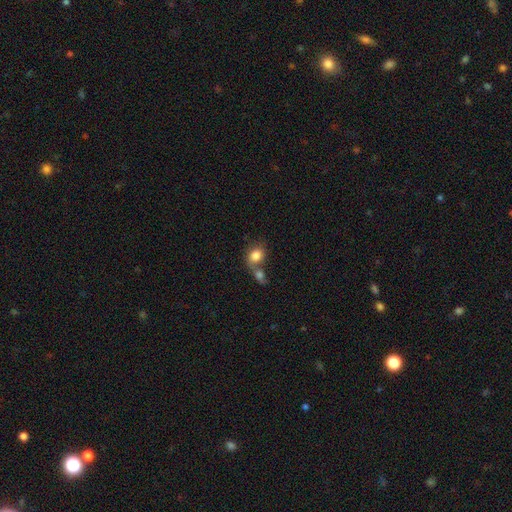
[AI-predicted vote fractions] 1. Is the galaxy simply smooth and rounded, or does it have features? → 82% smooth, 9% featured or disk, 8% star or artifact.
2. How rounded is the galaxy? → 55% round, 44% in between, 1% cigar-shaped.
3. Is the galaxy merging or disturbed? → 49% merger, 35% none, 11% minor disturbance, 6% major disturbance.